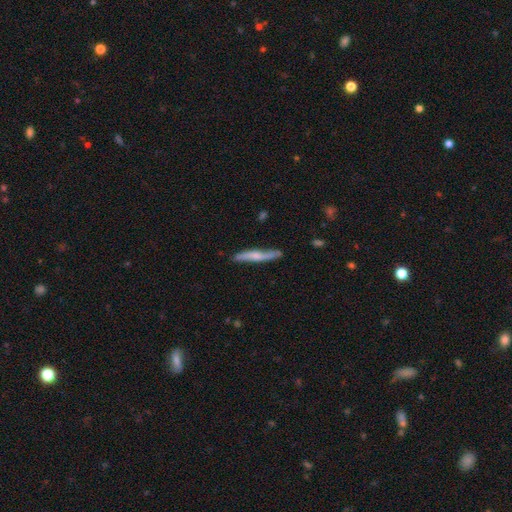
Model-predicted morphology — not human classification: A featured or disk galaxy (52%) viewed edge-on (76%).

Vote fractions:
- Smooth or featured? featured or disk: 52% / smooth: 42% / star or artifact: 5%
- Edge-on disk? yes: 76% / no: 24%
- Merging? none: 77% / minor disturbance: 18% / major disturbance: 3% / merger: 2%